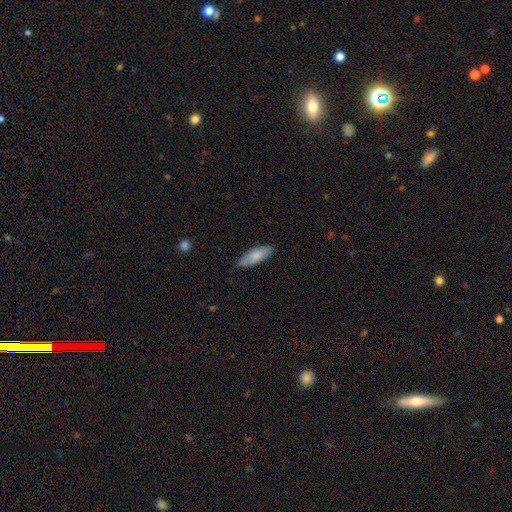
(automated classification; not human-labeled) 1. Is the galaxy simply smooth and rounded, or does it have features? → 82% smooth, 13% featured or disk, 5% star or artifact.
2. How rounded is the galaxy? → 66% in between, 32% cigar-shaped, 2% round.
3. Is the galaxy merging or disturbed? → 86% none, 11% minor disturbance, 2% major disturbance, 1% merger.